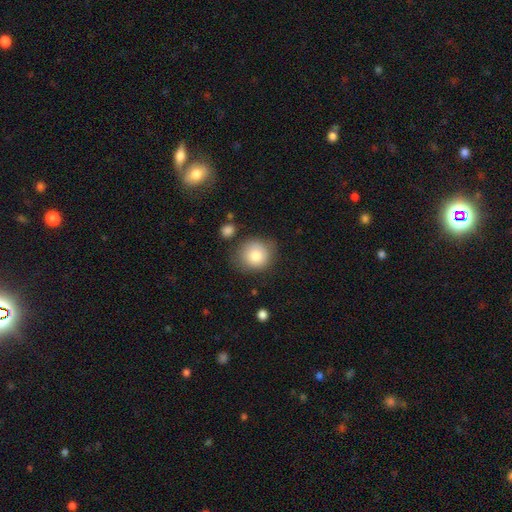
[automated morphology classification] Smooth or featured?
  - smooth: 81% *
  - featured or disk: 11%
  - star or artifact: 8%
How rounded?
  - round: 84% *
  - in between: 15%
  - cigar-shaped: 1%
Merging?
  - none: 70% *
  - minor disturbance: 20%
  - major disturbance: 6%
  - merger: 4%